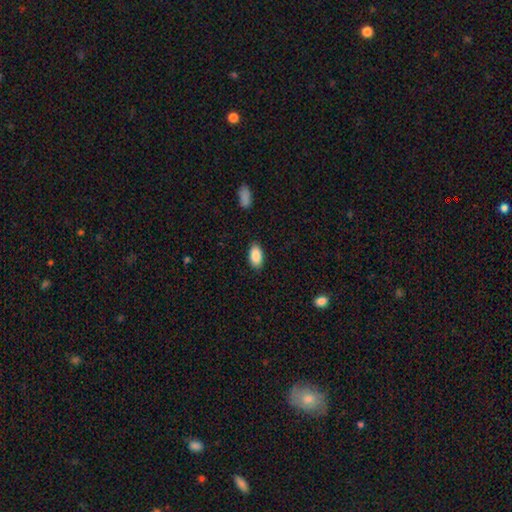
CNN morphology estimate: smooth 89%, star or artifact 7%, featured or disk 4%. Down the decision tree: how rounded — in between (94%); merging — none (87%).